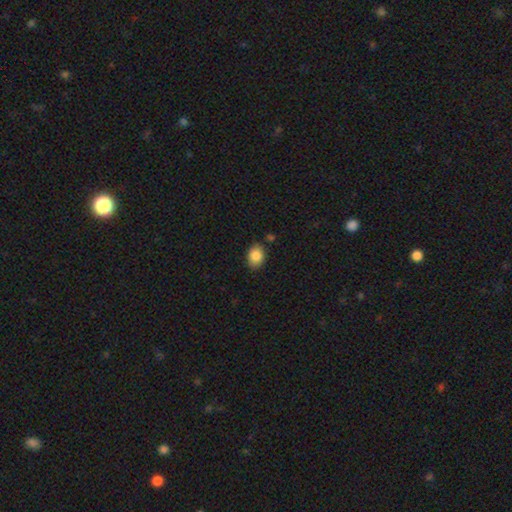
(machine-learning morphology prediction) Smooth or featured? smooth (86%)
How rounded? in between (71%)
Merging? none (81%)